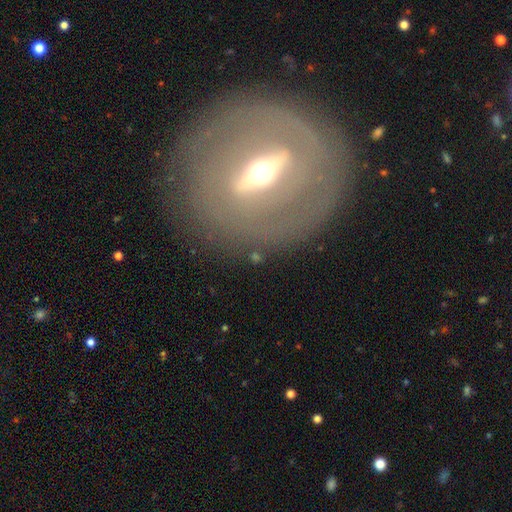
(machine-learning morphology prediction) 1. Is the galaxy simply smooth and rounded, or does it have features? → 66% featured or disk, 20% smooth, 14% star or artifact.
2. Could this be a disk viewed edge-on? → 57% no, 43% yes.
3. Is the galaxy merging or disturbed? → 78% none, 11% minor disturbance, 8% major disturbance, 3% merger.